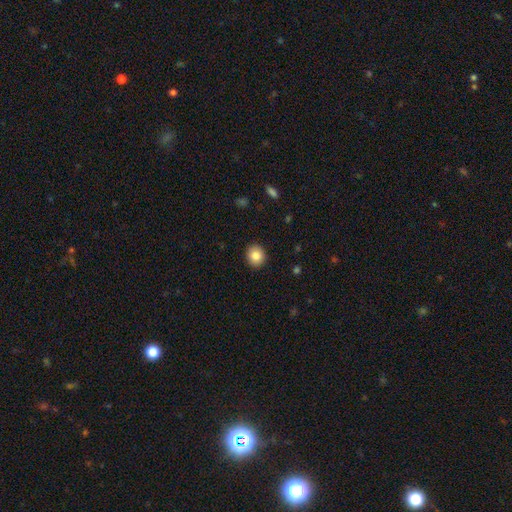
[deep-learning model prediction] Q: Smooth or featured?
A: smooth (85%); runner-up: star or artifact (9%)
Q: How rounded?
A: round (79%); runner-up: in between (20%)
Q: Merging?
A: none (92%); runner-up: minor disturbance (6%)